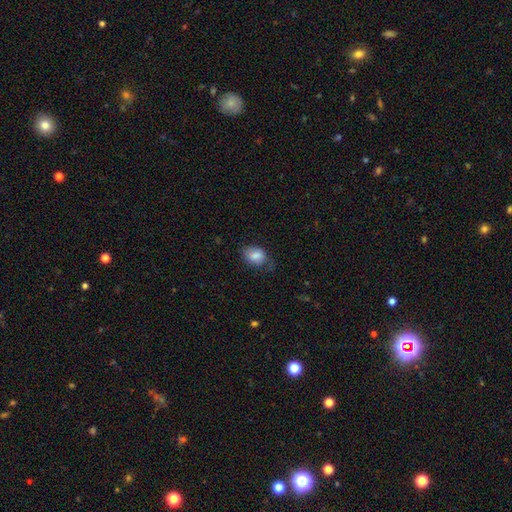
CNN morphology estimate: A smooth galaxy with no disk features (83%) that is in between round and cigar-shaped (73%). Merging: none (56%).